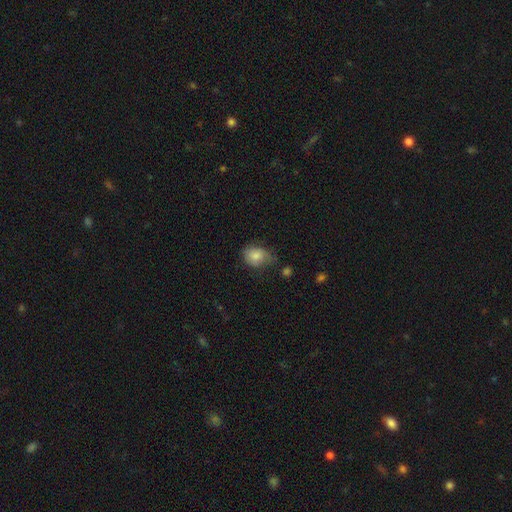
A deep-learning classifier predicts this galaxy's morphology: Smooth or featured? Predicted: smooth (p=0.81). How rounded? Predicted: in between (p=0.61). Merging? Predicted: none (p=0.49).